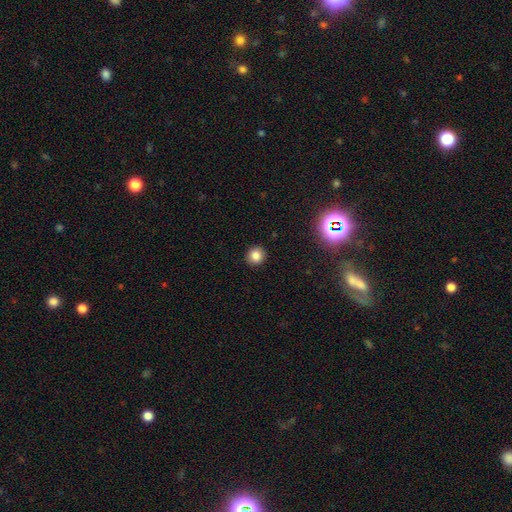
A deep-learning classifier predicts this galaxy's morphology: Smooth or featured: smooth — 82% (star or artifact — 13%)
How rounded: round — 90% (in between — 9%)
Merging: none — 92% (minor disturbance — 6%)